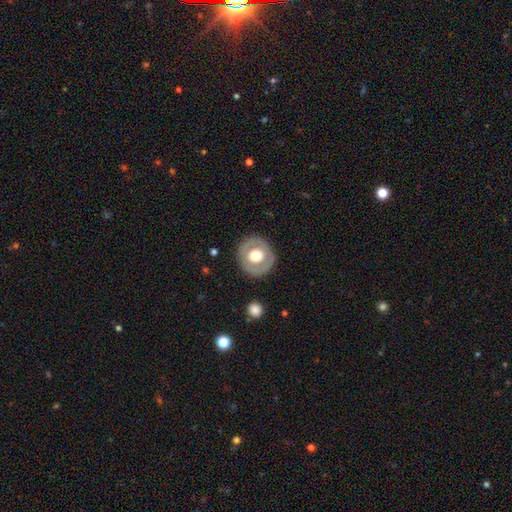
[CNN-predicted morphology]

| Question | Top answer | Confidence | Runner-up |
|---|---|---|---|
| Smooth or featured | smooth | 48% | featured or disk (46%) |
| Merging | none | 85% | minor disturbance (10%) |